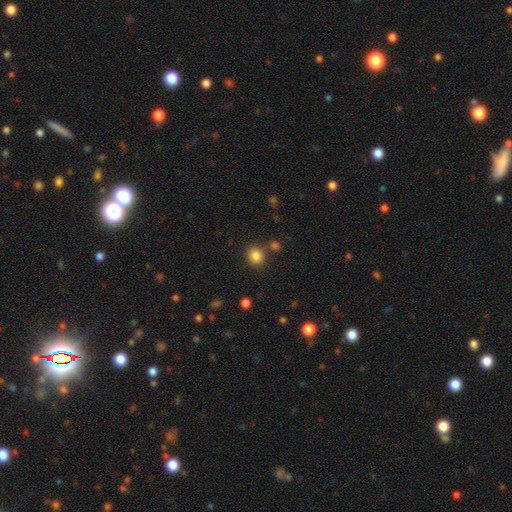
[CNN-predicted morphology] Q: Smooth or featured?
A: smooth (84%); runner-up: star or artifact (11%)
Q: How rounded?
A: round (83%); runner-up: in between (16%)
Q: Merging?
A: none (80%); runner-up: minor disturbance (9%)